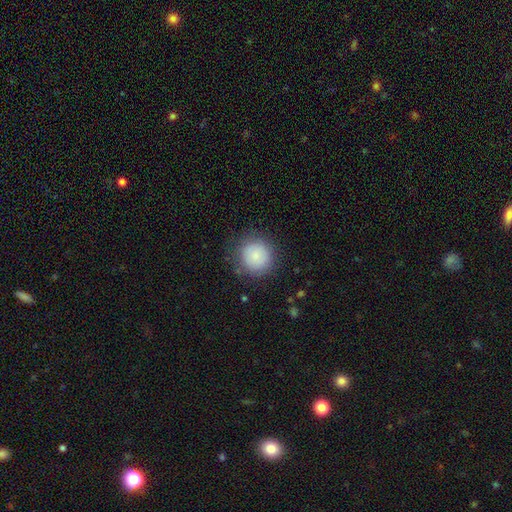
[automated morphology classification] Overall: smooth (85%). How rounded: round (93%). Merging: none (82%).